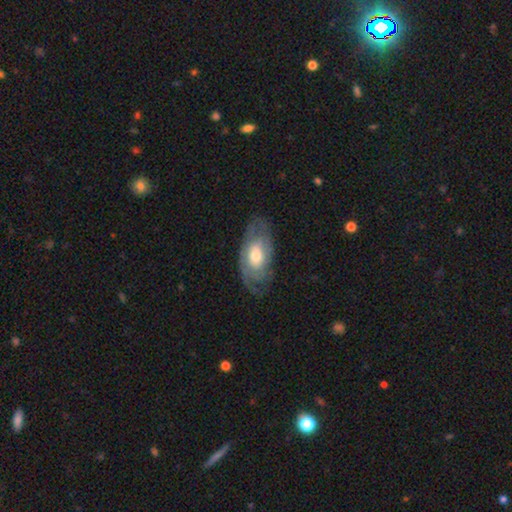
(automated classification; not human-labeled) Overall: featured or disk (60%; smooth 34%). Edge-on disk: no (90%). Bar: no (71%). Spiral arms: yes (71%). Bulge size: moderate (65%). Merging: none (67%).